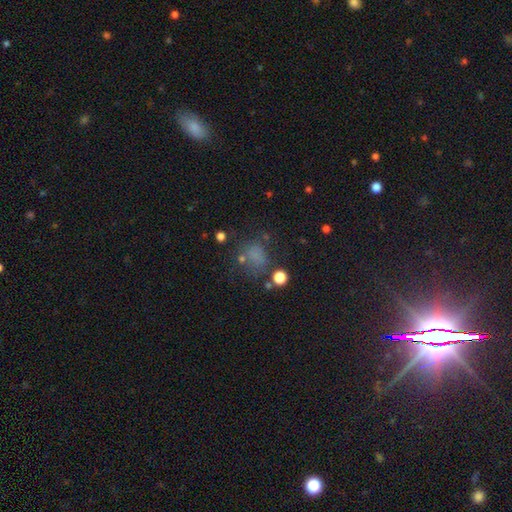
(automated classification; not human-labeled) This is possibly a smooth galaxy (56%). How rounded: likely round (64%). Merging: possibly none (54%).